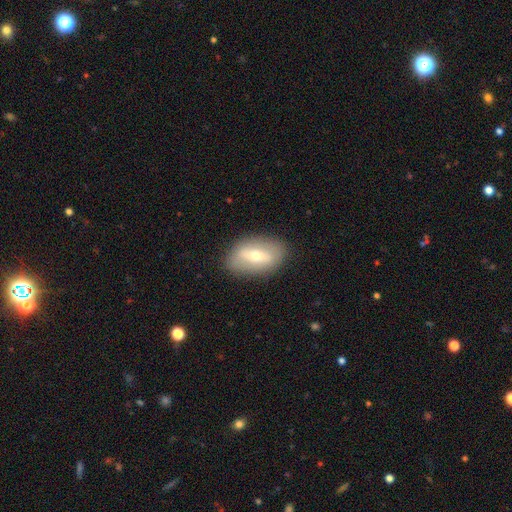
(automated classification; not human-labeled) This is possibly a smooth galaxy (46%, tied with featured or disk). Merging: clearly none (84%).